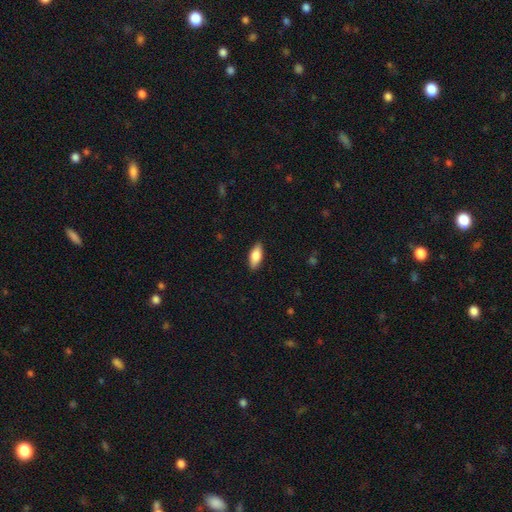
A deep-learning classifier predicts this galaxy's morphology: Smooth or featured?
  - smooth: 80% *
  - featured or disk: 14%
  - star or artifact: 6%
How rounded?
  - in between: 80% *
  - cigar-shaped: 18%
  - round: 2%
Merging?
  - none: 88% *
  - minor disturbance: 9%
  - major disturbance: 2%
  - merger: 1%